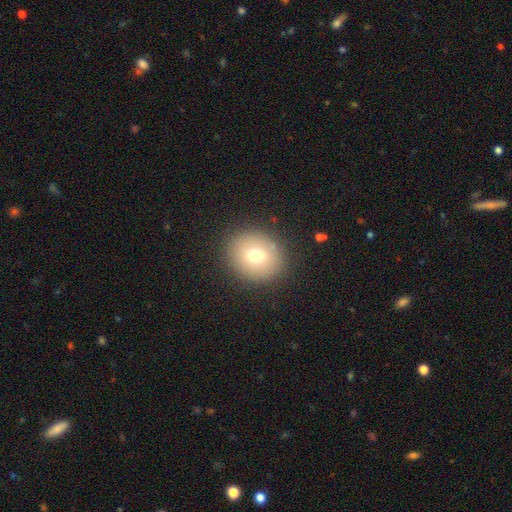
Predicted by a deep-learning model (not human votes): smooth 70%, featured or disk 17%, star or artifact 13%. Down the decision tree: how rounded — round (79%); merging — none (87%).